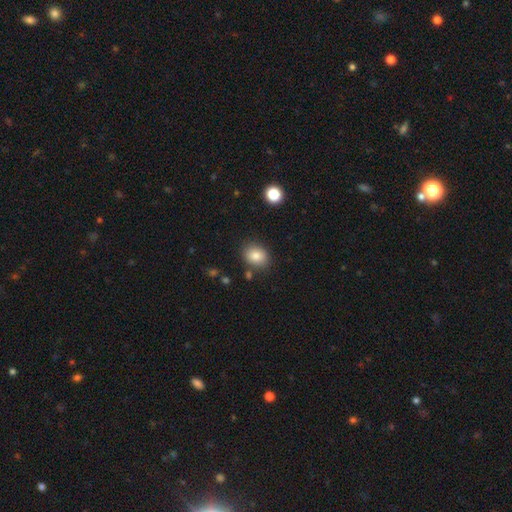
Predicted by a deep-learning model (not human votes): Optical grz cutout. It shows a smooth galaxy with no disk features (84%) that is in between round and cigar-shaped (57%). Merging: none (82%).